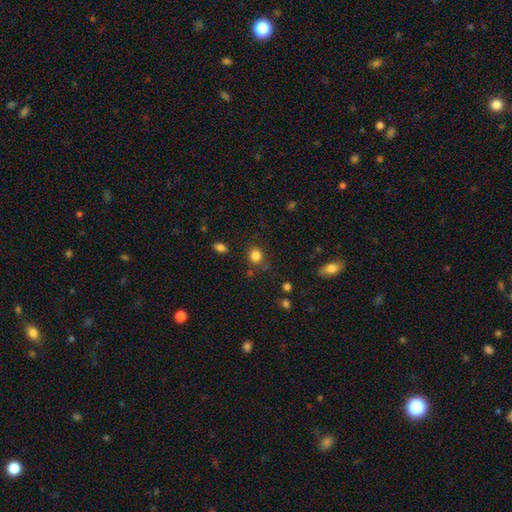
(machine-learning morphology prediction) Smooth or featured: smooth — 83% (star or artifact — 12%)
How rounded: round — 78% (in between — 21%)
Merging: none — 77% (minor disturbance — 13%)